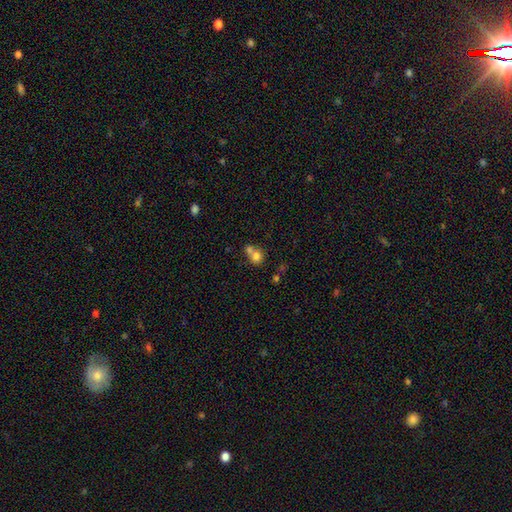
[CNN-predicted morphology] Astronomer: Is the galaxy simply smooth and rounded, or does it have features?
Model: smooth — 75%.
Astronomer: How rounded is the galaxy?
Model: round — 76%.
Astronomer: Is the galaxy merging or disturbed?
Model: merger — 56% (runner-up: none, 34%).